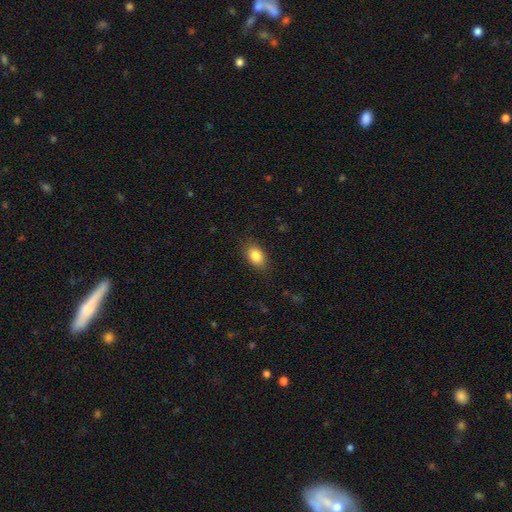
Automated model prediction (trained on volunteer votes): Smooth or featured? Predicted: smooth (p=0.84). How rounded? Predicted: in between (p=0.84). Merging? Predicted: none (p=0.85).